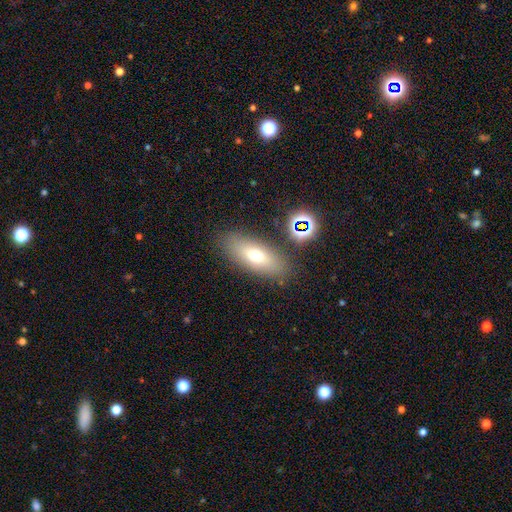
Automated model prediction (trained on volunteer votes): Smooth or featured?
  - smooth: 66% *
  - featured or disk: 23%
  - star or artifact: 11%
How rounded?
  - in between: 73% *
  - cigar-shaped: 23%
  - round: 4%
Merging?
  - none: 82% *
  - minor disturbance: 10%
  - merger: 4%
  - major disturbance: 3%